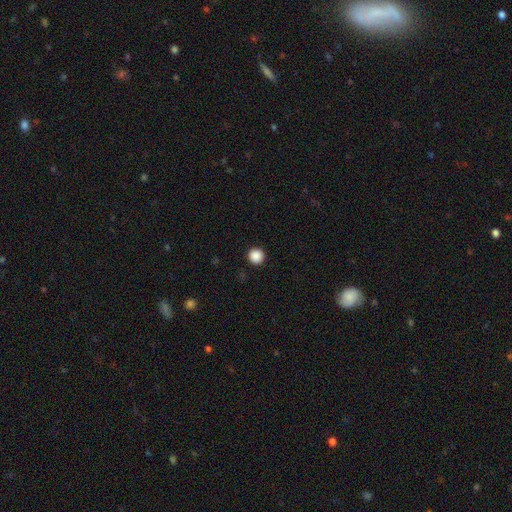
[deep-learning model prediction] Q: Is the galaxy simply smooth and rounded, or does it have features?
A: smooth — 88%.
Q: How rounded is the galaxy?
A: round — 96%.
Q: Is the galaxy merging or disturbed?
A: none — 94%.